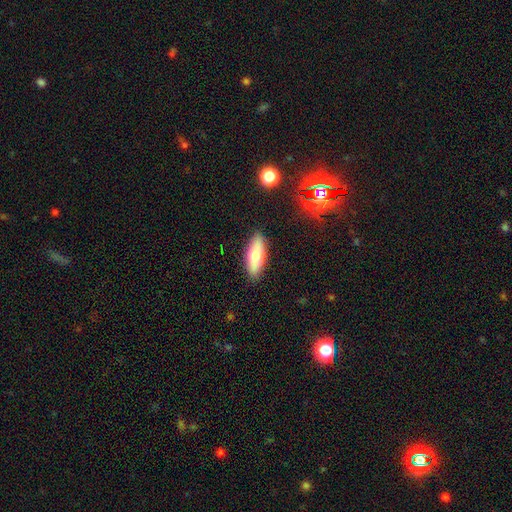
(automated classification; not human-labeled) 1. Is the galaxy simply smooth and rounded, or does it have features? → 70% smooth, 23% featured or disk, 7% star or artifact.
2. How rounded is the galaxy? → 71% in between, 27% cigar-shaped, 2% round.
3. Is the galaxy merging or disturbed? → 88% none, 9% minor disturbance, 2% major disturbance, 1% merger.